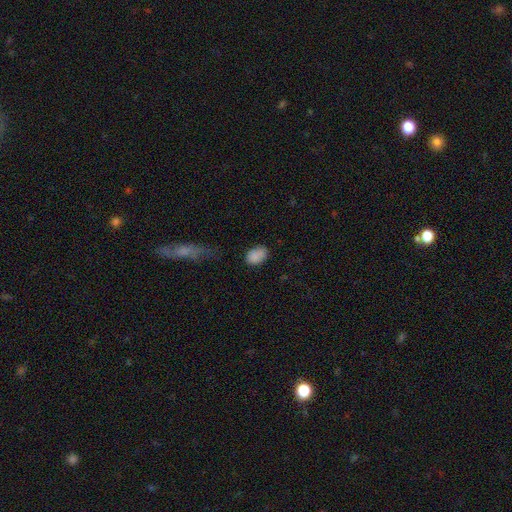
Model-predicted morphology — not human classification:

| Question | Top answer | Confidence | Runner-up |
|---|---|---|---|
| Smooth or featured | smooth | 87% | star or artifact (9%) |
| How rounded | in between | 82% | round (17%) |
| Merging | none | 69% | minor disturbance (22%) |